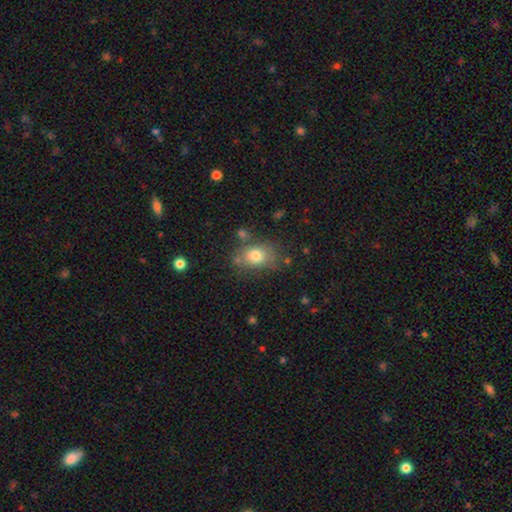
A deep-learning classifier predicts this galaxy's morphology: smooth_or_featured: smooth (p=0.77) [alt: featured or disk p=0.12]
how_rounded: in between (p=0.66) [alt: round p=0.33]
merging: none (p=0.65) [alt: minor disturbance p=0.19]